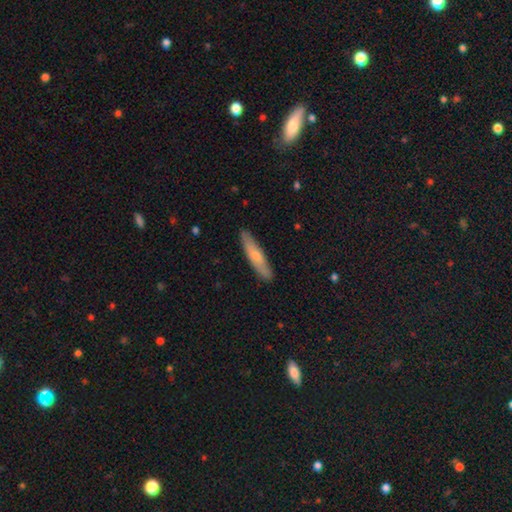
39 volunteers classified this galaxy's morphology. A smooth galaxy with no disk features (54%) that is cigar-shaped (95%).

Vote fractions:
- Smooth or featured? smooth: 54% / featured or disk: 38% / star or artifact: 8%
- How rounded? cigar-shaped: 95% / in between: 5% / round: 0%
- Merging? none: 81% / minor disturbance: 17% / merger: 3% / major disturbance: 0%